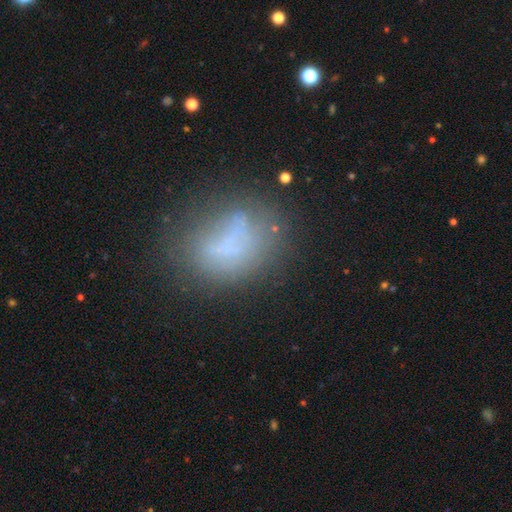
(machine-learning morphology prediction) Smooth or featured? smooth (58%)
How rounded? in between (66%)
Merging? none (54%)